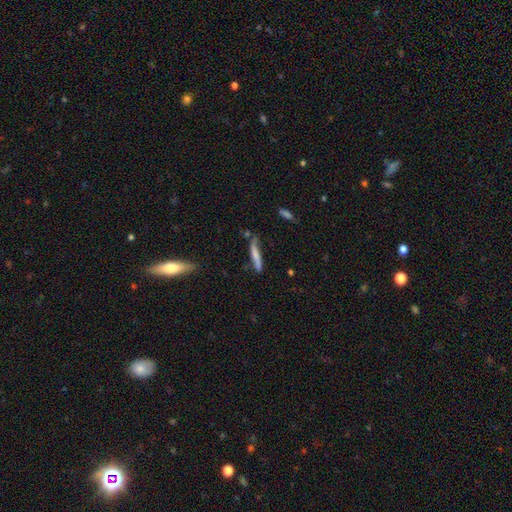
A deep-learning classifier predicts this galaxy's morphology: A smooth galaxy with no disk features (61%) that is cigar-shaped (90%). Merging: none (64%).